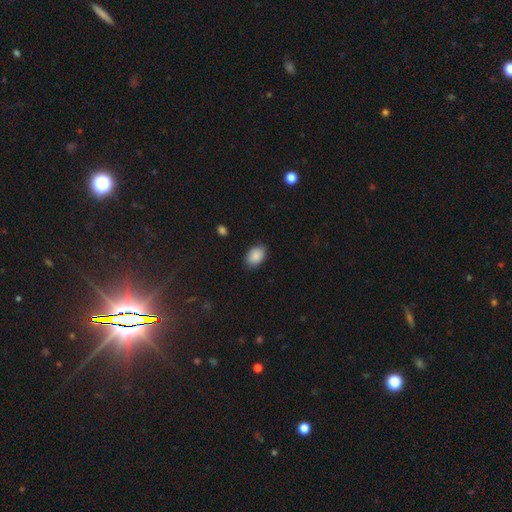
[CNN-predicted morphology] Smooth or featured: smooth — 89% (star or artifact — 7%)
How rounded: in between — 81% (round — 18%)
Merging: none — 84% (minor disturbance — 12%)